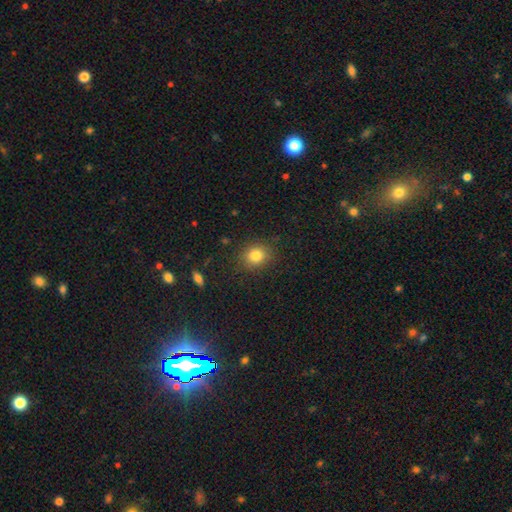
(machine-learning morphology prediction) smooth-or-featured: smooth: 81% | star or artifact: 12% | featured or disk: 7%
  how-rounded: round: 75% | in between: 24% | cigar-shaped: 1%
  merging: none: 87% | minor disturbance: 9% | major disturbance: 3% | merger: 1%